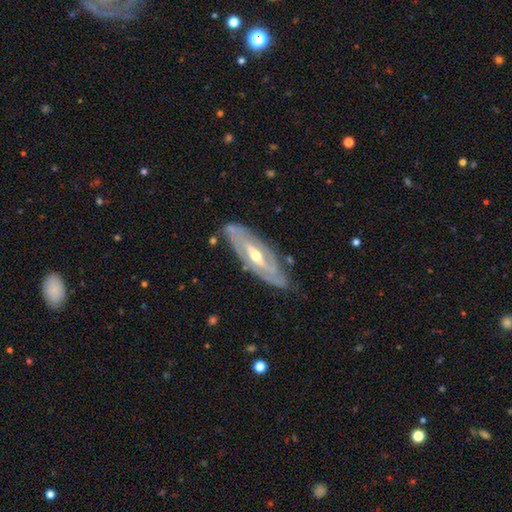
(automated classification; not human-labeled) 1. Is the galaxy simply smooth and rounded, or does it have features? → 83% featured or disk, 12% smooth, 5% star or artifact.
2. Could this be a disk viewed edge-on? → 81% no, 19% yes.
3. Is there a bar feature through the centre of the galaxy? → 35% strong (tied), 35% weak (tied), 30% no.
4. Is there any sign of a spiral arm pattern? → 79% yes, 21% no.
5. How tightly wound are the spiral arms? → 59% tight, 30% medium, 11% loose.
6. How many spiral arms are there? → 54% 2, 32% can't tell, 6% 3, 4% 1, 2% 4, 2% more than 4.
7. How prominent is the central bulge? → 57% moderate, 39% small, 2% large, 1% none, 1% dominant.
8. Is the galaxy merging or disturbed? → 75% none, 18% minor disturbance, 5% major disturbance, 2% merger.